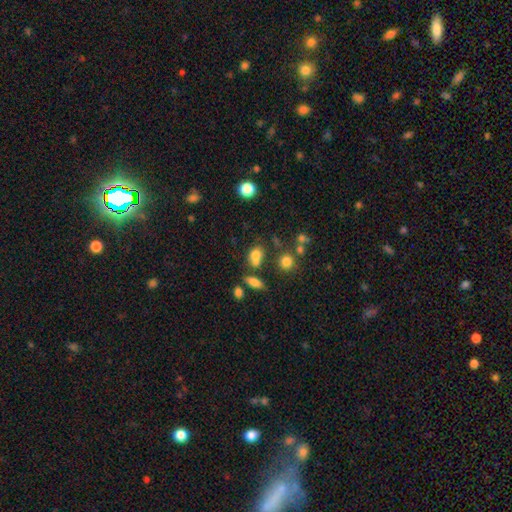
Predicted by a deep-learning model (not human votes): smooth-or-featured: smooth: 76% | star or artifact: 14% | featured or disk: 10%
  how-rounded: in between: 59% | round: 38% | cigar-shaped: 2%
  merging: none: 46% | merger: 30% | minor disturbance: 17% | major disturbance: 8%